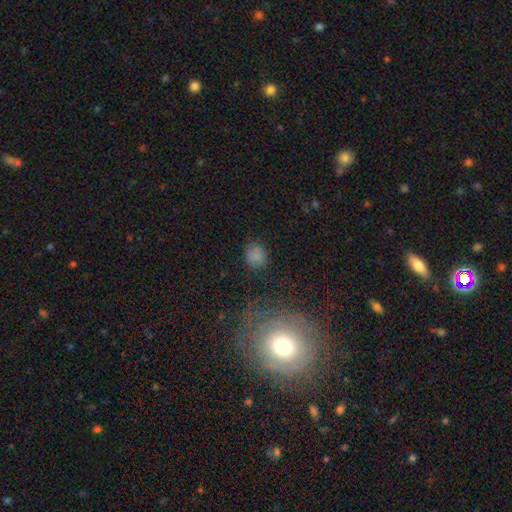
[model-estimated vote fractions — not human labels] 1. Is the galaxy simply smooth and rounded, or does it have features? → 75% smooth, 18% star or artifact, 7% featured or disk.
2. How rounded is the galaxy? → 79% round, 19% in between, 1% cigar-shaped.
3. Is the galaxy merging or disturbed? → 79% none, 14% minor disturbance, 5% major disturbance, 2% merger.